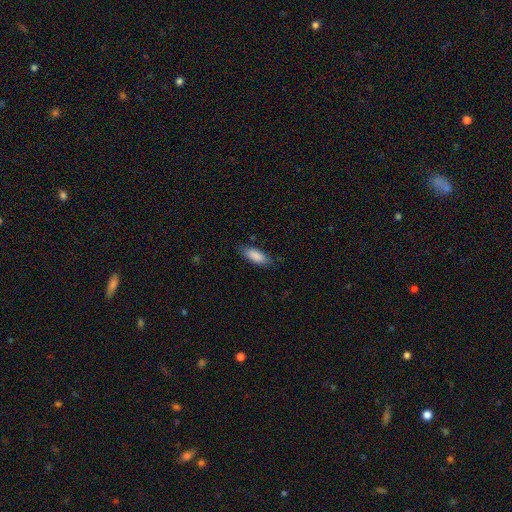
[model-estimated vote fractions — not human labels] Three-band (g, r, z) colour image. It shows a smooth galaxy with no disk features (87%) that is in between round and cigar-shaped (75%). Merging: none (81%).